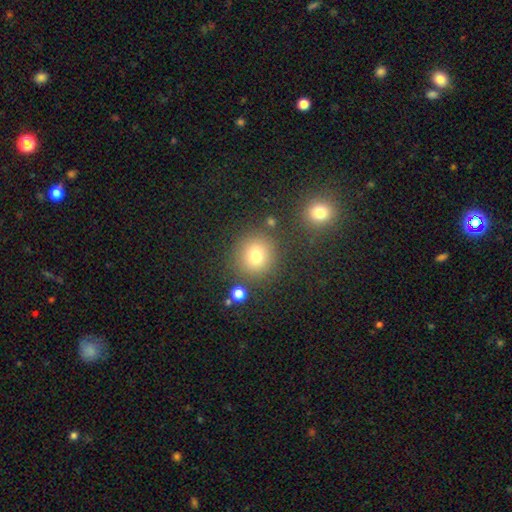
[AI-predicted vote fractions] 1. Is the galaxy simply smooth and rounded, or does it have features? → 76% smooth, 15% star or artifact, 9% featured or disk.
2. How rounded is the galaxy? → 90% round, 9% in between, 1% cigar-shaped.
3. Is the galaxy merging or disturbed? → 82% none, 8% minor disturbance, 6% merger, 4% major disturbance.